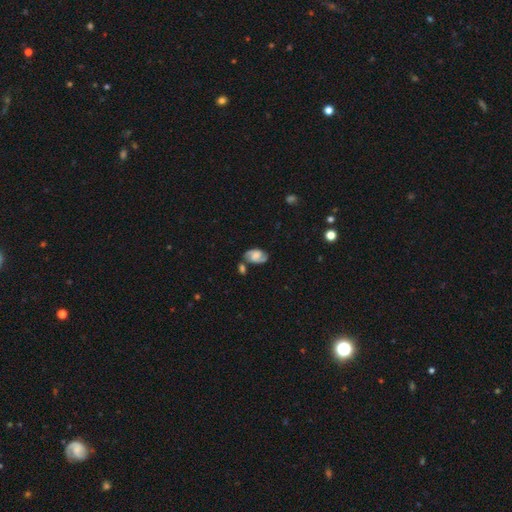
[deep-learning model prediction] This appears to be a featured or disk galaxy (63%) with no bar (49%), 2 (86%) medium (48%) spiral arms (90%) and no central bulge (30%). Merging: none (60%).